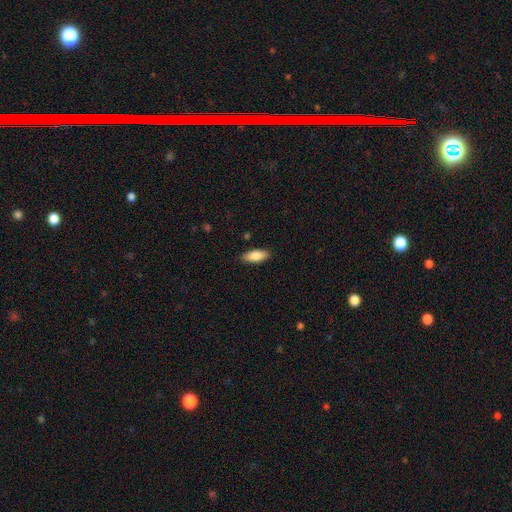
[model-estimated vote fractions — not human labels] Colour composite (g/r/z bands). It shows a smooth galaxy with no disk features (85%) that is in between round and cigar-shaped (80%). Merging: none (88%).